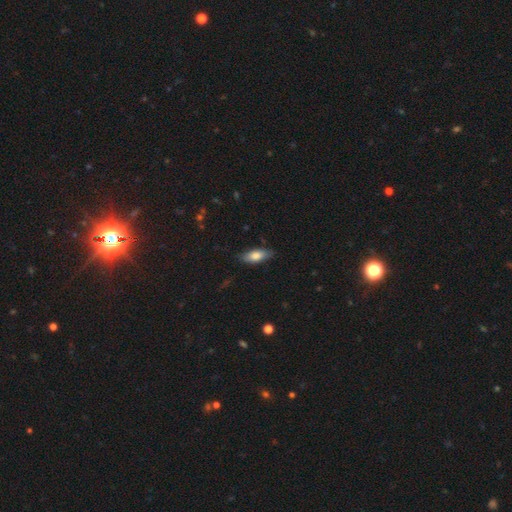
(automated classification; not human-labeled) This appears to be a smooth galaxy with no disk features (75%) that is in between round and cigar-shaped (70%). Merging: none (82%).